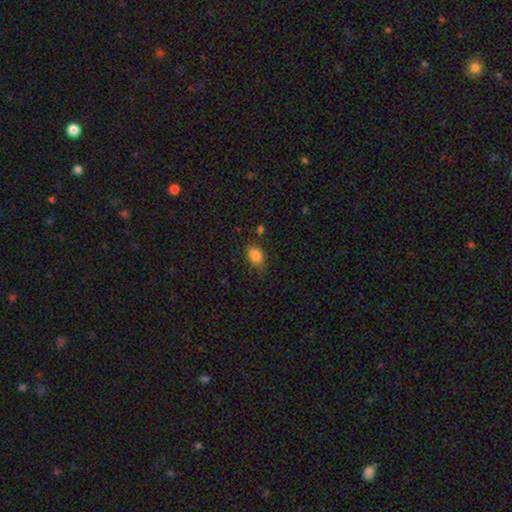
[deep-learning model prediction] Smooth or featured? Predicted: smooth (p=0.84). How rounded? Predicted: in between (p=0.79). Merging? Predicted: none (p=0.67).